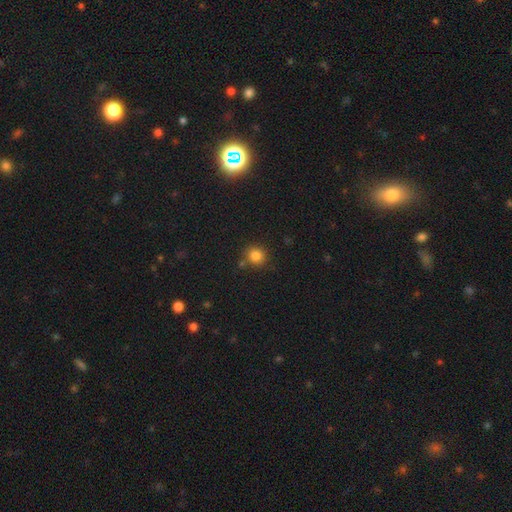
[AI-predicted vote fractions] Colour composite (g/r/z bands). It shows a smooth galaxy with no disk features (83%) that is round (90%). Merging: none (77%).